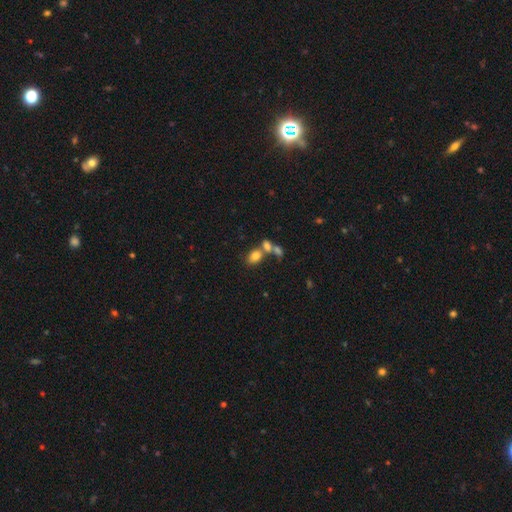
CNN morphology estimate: This appears to be a smooth galaxy with no disk features (78%) that is in between round and cigar-shaped (75%). Merging: merger (46%).